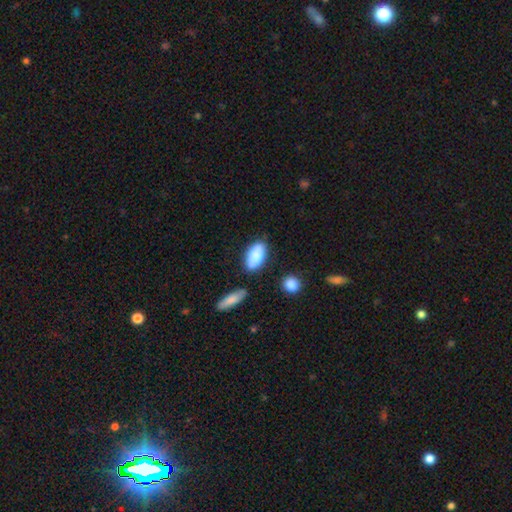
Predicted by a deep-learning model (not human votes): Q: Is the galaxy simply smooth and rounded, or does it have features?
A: smooth — 84%.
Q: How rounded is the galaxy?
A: in between — 92%.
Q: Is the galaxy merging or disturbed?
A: none — 72%.